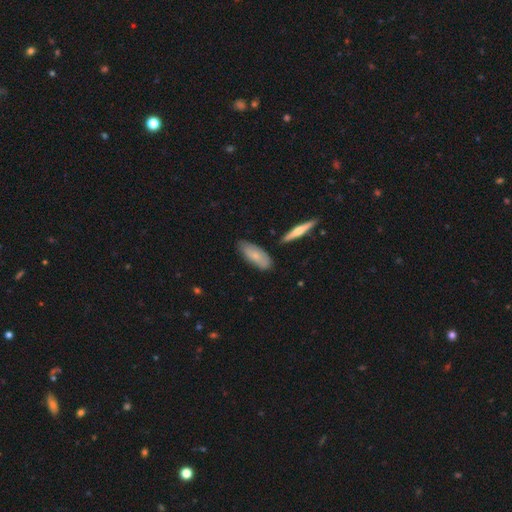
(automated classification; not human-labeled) Smooth or featured: smooth — 67% (featured or disk — 27%)
How rounded: in between — 75% (cigar-shaped — 23%)
Merging: none — 70% (minor disturbance — 22%)